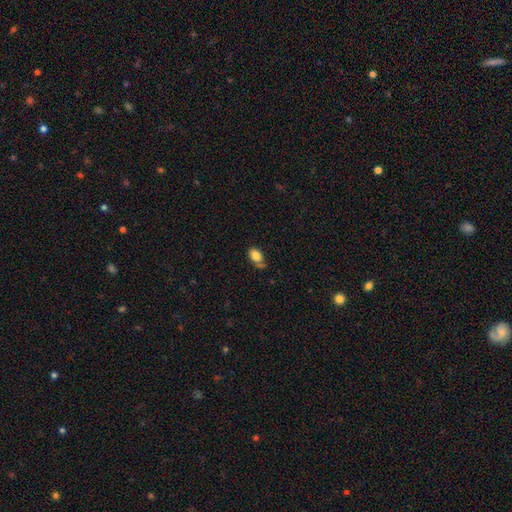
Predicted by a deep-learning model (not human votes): Smooth or featured: smooth — 82% (featured or disk — 9%)
How rounded: in between — 88% (round — 10%)
Merging: none — 52% (minor disturbance — 28%)